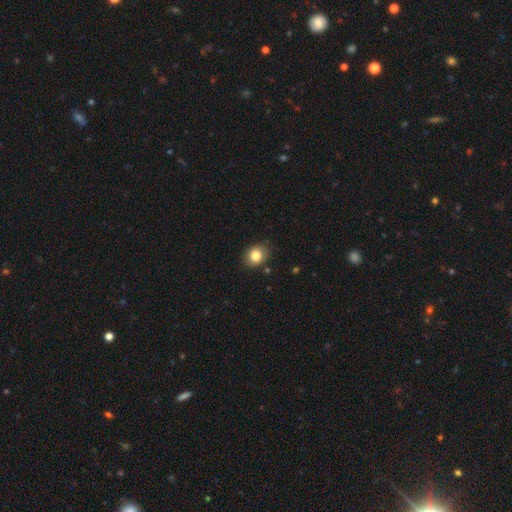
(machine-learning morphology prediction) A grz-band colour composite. It shows a smooth galaxy with no disk features (83%) that is round (53%). Merging: none (82%).